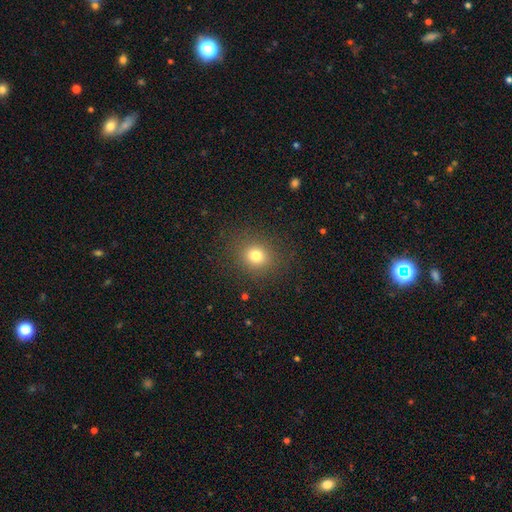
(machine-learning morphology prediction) Smooth or featured? smooth (77%)
How rounded? round (81%)
Merging? none (87%)